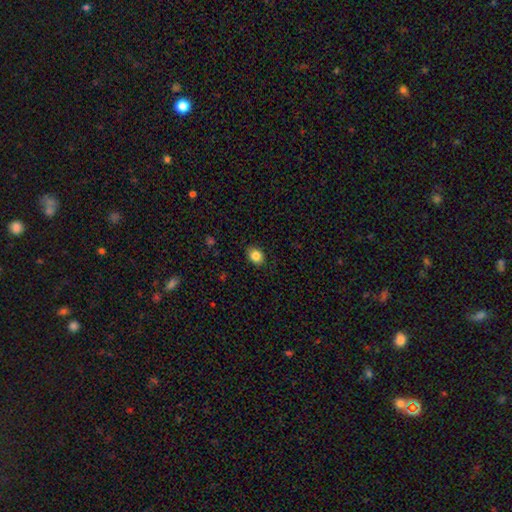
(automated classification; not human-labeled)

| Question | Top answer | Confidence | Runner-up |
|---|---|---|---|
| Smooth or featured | smooth | 85% | star or artifact (10%) |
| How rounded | in between | 51% | round (48%) |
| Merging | none | 88% | minor disturbance (9%) |